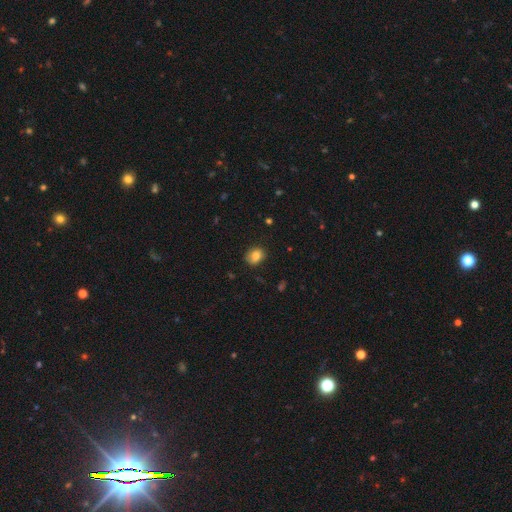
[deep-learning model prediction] This appears to be a smooth galaxy with no disk features (83%) that is round (50%). Merging: none (76%).